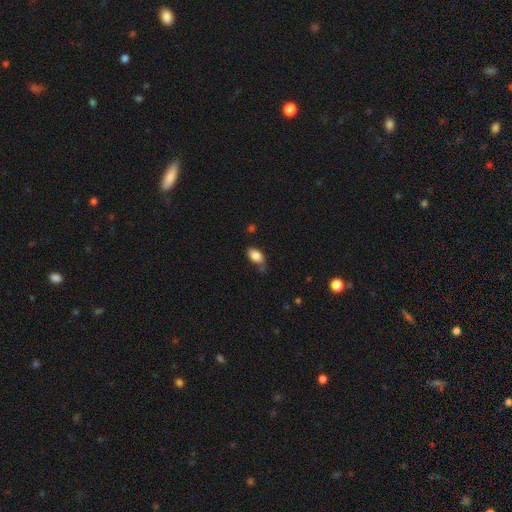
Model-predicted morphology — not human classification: This appears to be a smooth galaxy with no disk features (83%) that is in between round and cigar-shaped (91%). Merging: none (54%).